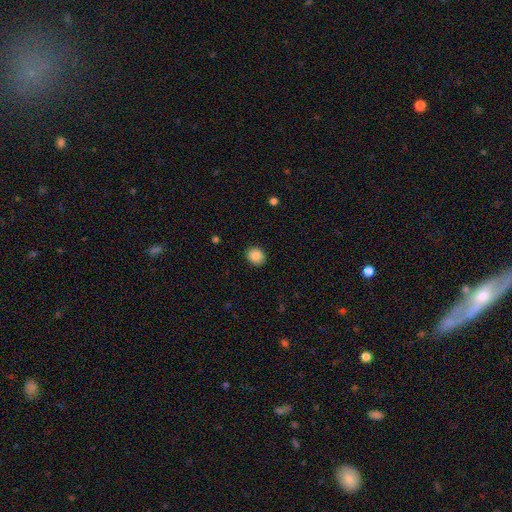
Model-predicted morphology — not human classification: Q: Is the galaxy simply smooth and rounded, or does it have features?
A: smooth — 88%.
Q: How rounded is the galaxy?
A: round — 73%.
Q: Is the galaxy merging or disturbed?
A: none — 91%.